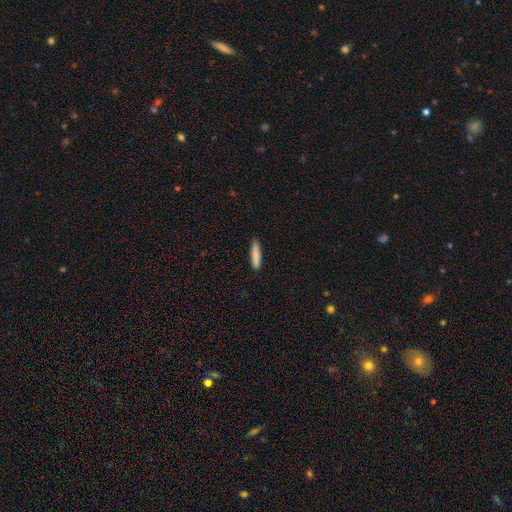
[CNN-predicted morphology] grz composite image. It shows a smooth galaxy with no disk features (85%) that is cigar-shaped (82%). Merging: none (87%).